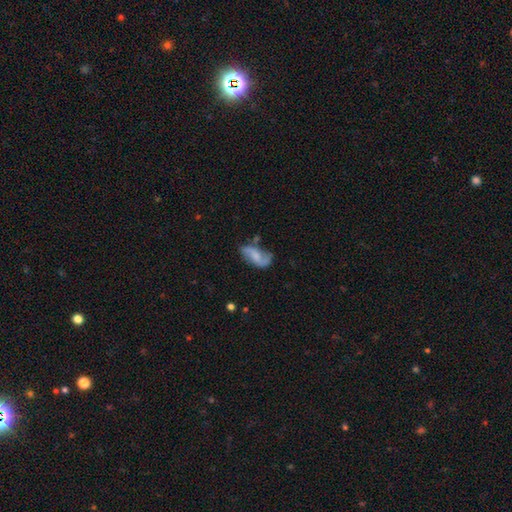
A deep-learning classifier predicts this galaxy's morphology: Smooth or featured? featured or disk (64%)
Edge-on disk? no (95%)
Bar? no (49%)
Spiral arms? yes (90%)
Spiral winding? loose (71%)
Spiral arm count? 2 (88%)
Bulge size? none (38%)
Merging? none (55%)